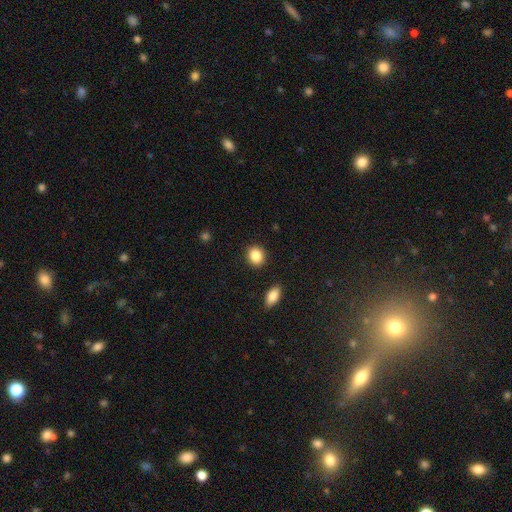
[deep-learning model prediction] Overall: smooth (87%). How rounded: round (67%; in between 32%). Merging: none (89%).